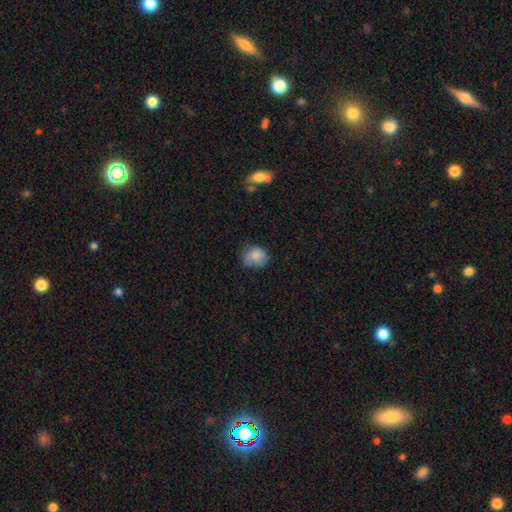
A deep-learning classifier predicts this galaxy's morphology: A smooth galaxy with no disk features (80%) that is round (60%). Merging: none (55%).